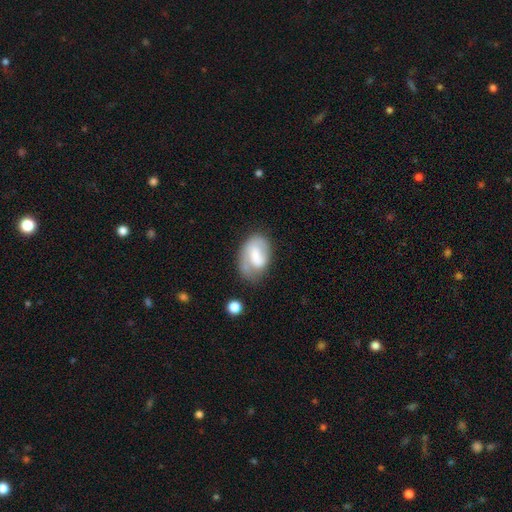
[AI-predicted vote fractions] featured or disk 47%, smooth 45%, star or artifact 8%. Down the decision tree: merging — none (51%).